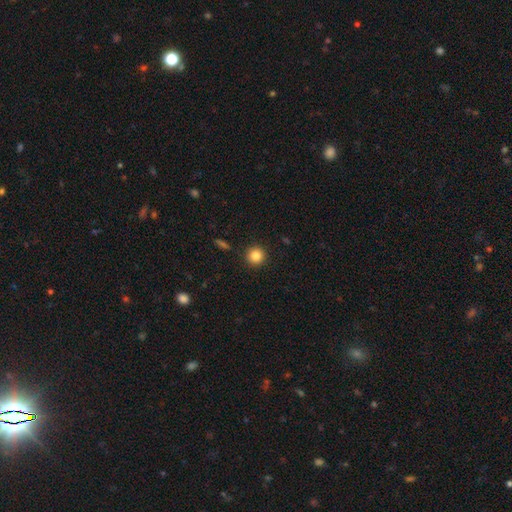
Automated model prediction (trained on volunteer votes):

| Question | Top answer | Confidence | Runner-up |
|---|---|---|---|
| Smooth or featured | smooth | 85% | star or artifact (10%) |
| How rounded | round | 95% | in between (4%) |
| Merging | none | 91% | minor disturbance (5%) |